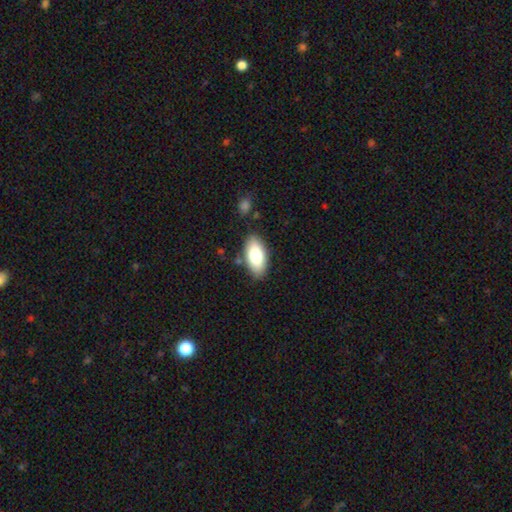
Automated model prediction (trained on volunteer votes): Smooth or featured? Predicted: smooth (p=0.80). How rounded? Predicted: in between (p=0.92). Merging? Predicted: none (p=0.83).